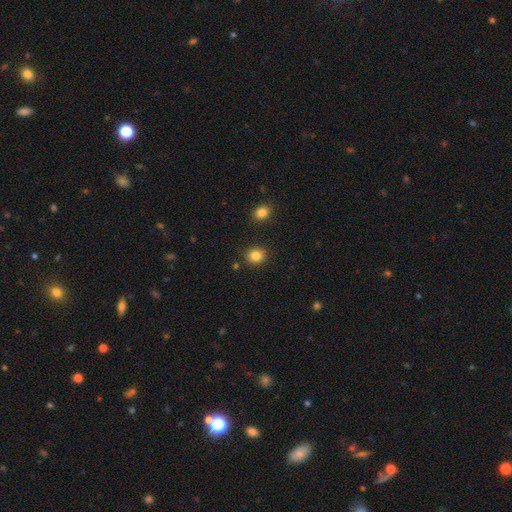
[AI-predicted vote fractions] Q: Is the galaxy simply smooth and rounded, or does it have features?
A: smooth — 85%.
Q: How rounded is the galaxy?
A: round — 79%.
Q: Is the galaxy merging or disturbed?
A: none — 87%.